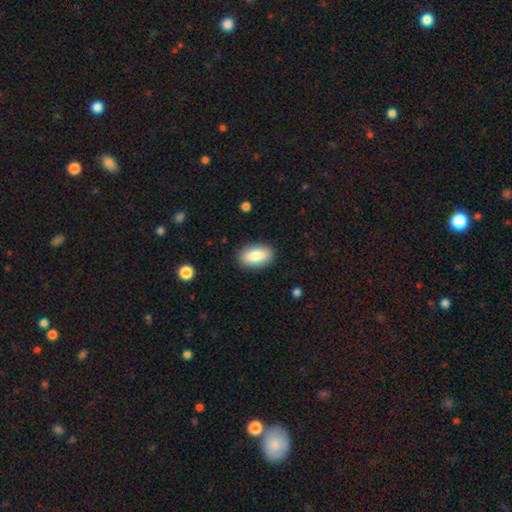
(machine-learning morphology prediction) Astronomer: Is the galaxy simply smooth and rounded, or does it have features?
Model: smooth — 82%.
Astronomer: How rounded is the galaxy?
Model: in between — 92%.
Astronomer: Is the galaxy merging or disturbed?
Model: none — 88%.